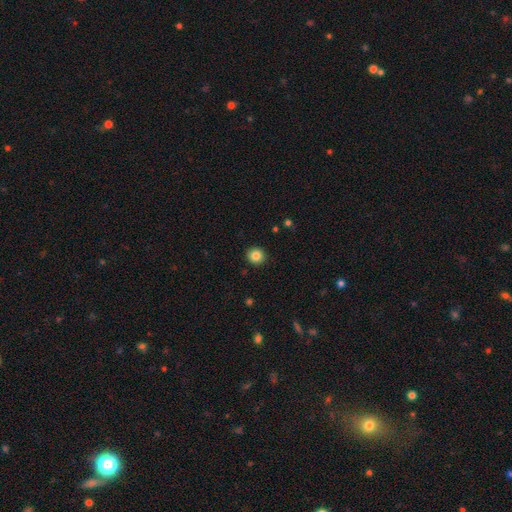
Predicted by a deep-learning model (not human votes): This appears to be a smooth galaxy with no disk features (85%) that is round (91%). Merging: none (92%).